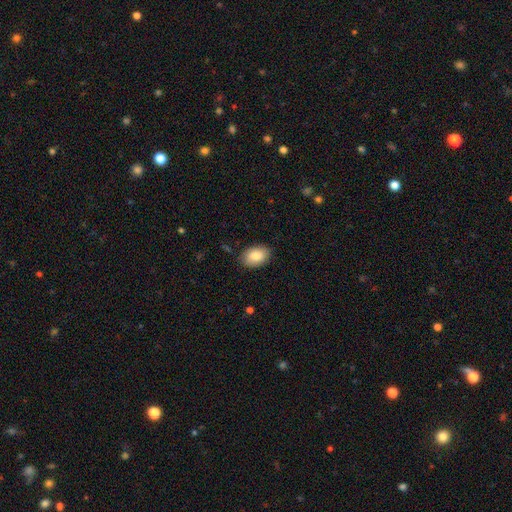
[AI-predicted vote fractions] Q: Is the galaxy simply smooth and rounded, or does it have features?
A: smooth — 84%.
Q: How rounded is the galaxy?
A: in between — 88%.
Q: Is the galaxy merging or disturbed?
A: none — 85%.